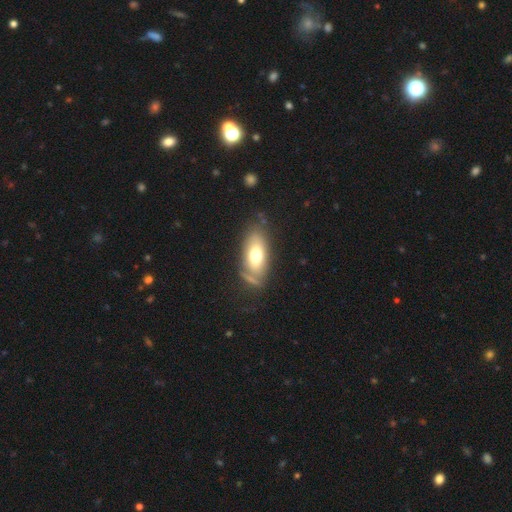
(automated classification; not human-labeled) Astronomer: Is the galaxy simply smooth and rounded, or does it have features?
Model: smooth — 65%.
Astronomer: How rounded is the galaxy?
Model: in between — 84%.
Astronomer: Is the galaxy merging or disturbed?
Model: none — 65%.